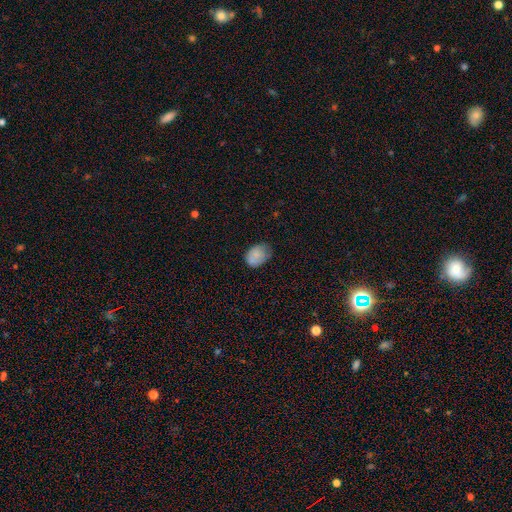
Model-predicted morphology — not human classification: Smooth or featured? smooth (81%)
How rounded? in between (77%)
Merging? none (58%)